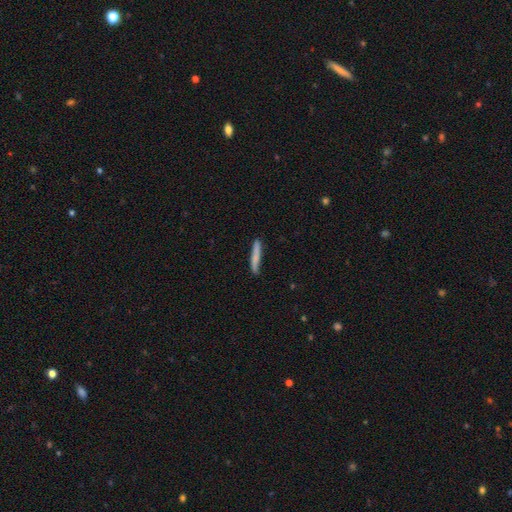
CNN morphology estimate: The model was most divided on "smooth or featured": smooth: 76%, featured or disk: 18%, star or artifact: 6%. More confident: how rounded — cigar-shaped (94%); merging — none (82%).